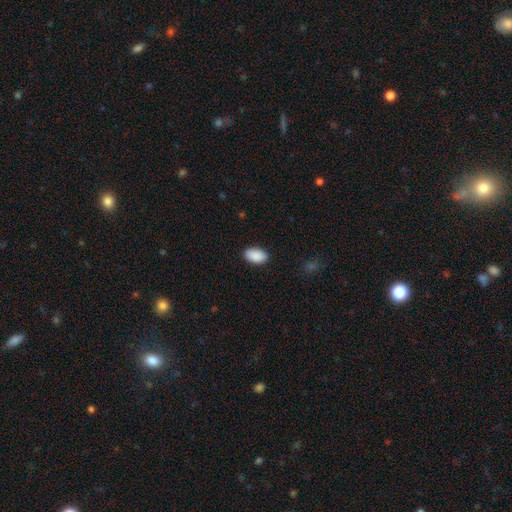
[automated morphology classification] type=smooth (91%); roundness=in between (94%); merging=none (89%).